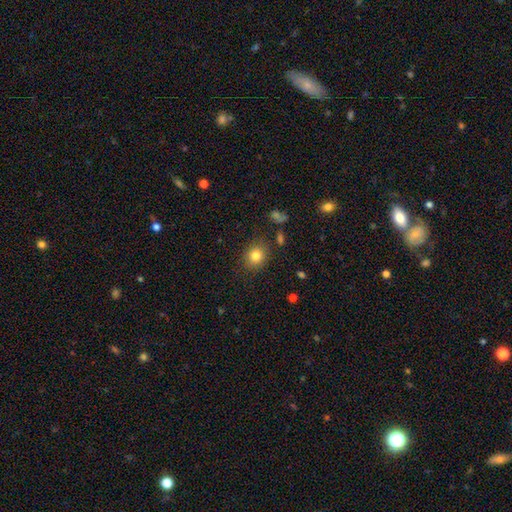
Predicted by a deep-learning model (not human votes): Q: Smooth or featured?
A: smooth (82%); runner-up: star or artifact (11%)
Q: How rounded?
A: round (71%); runner-up: in between (28%)
Q: Merging?
A: none (85%); runner-up: minor disturbance (10%)